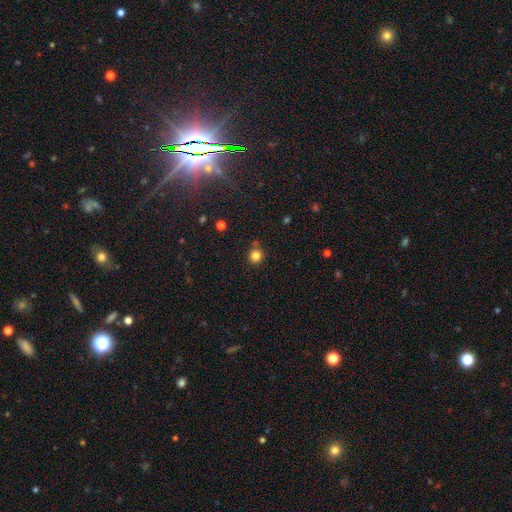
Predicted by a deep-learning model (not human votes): smooth_or_featured: smooth (p=0.83) [alt: star or artifact p=0.13]
how_rounded: round (p=0.89) [alt: in between p=0.10]
merging: none (p=0.77) [alt: minor disturbance p=0.11]